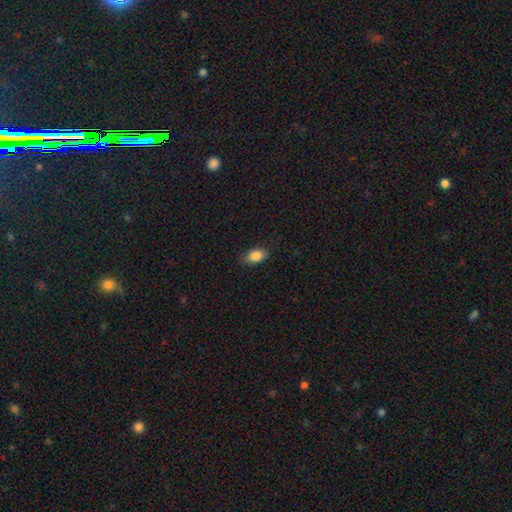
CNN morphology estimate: Smooth or featured? smooth (86%)
How rounded? in between (89%)
Merging? none (82%)